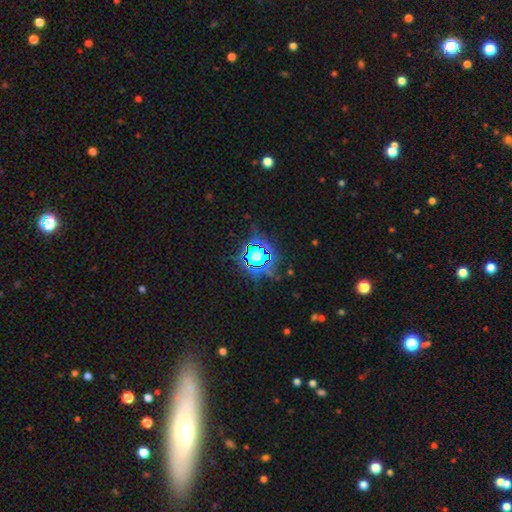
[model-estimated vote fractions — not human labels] This appears to be a star or artifact, not a galaxy (67%).